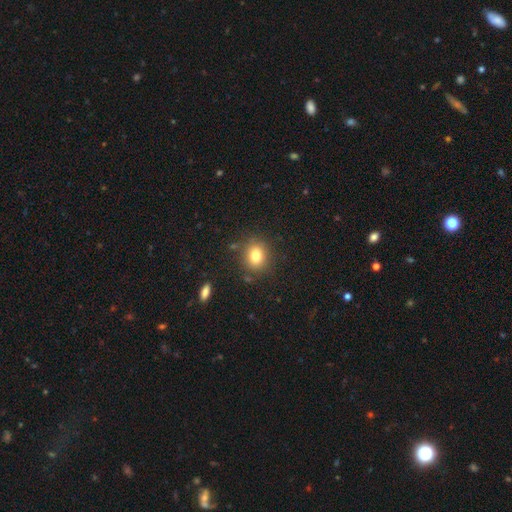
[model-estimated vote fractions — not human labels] smooth 80%, star or artifact 11%, featured or disk 8%. Down the decision tree: how rounded — round (66%); merging — none (83%).